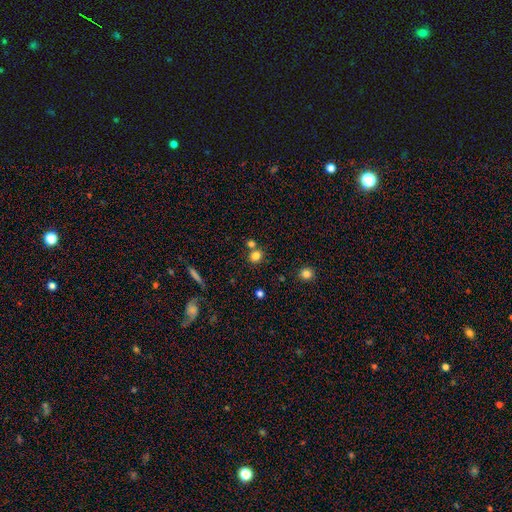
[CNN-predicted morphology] Smooth or featured: smooth — 80% (star or artifact — 13%)
How rounded: round — 75% (in between — 23%)
Merging: none — 64% (merger — 24%)